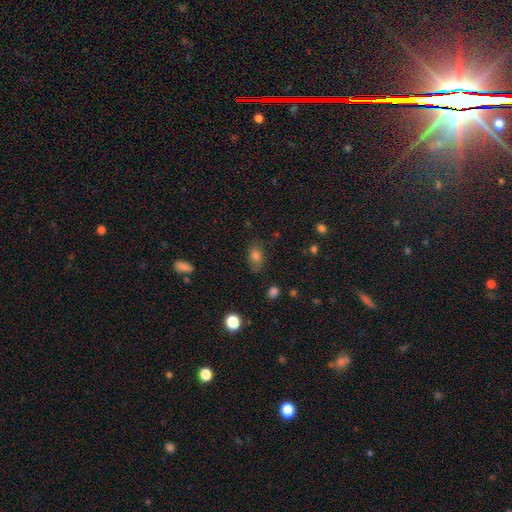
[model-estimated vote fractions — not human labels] Smooth or featured? Predicted: smooth (p=0.77). How rounded? Predicted: in between (p=0.76). Merging? Predicted: none (p=0.74).